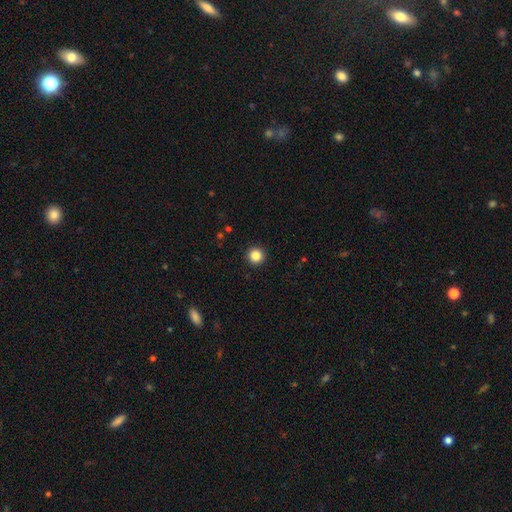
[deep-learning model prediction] Smooth or featured?
  - smooth: 85% *
  - star or artifact: 11%
  - featured or disk: 4%
How rounded?
  - round: 96% *
  - in between: 3%
  - cigar-shaped: 1%
Merging?
  - none: 93% *
  - minor disturbance: 4%
  - major disturbance: 2%
  - merger: 1%